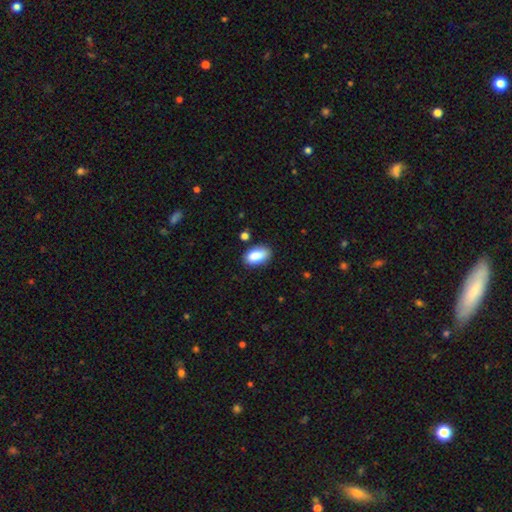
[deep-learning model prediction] Smooth or featured? Predicted: smooth (p=0.88). How rounded? Predicted: in between (p=0.93). Merging? Predicted: none (p=0.79).